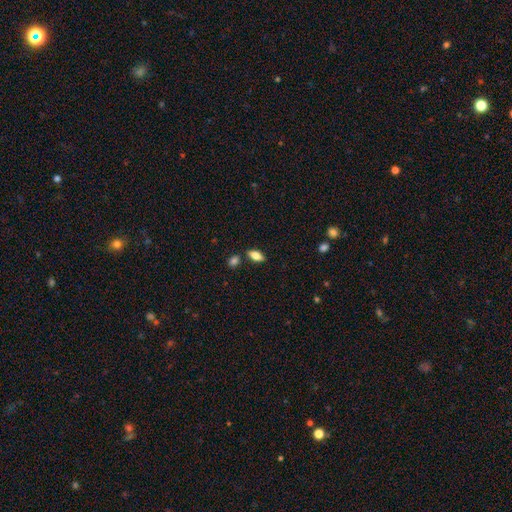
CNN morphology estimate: smooth-or-featured: smooth: 75% | featured or disk: 17% | star or artifact: 8%
  how-rounded: in between: 84% | cigar-shaped: 13% | round: 4%
  merging: none: 80% | minor disturbance: 11% | merger: 7% | major disturbance: 3%